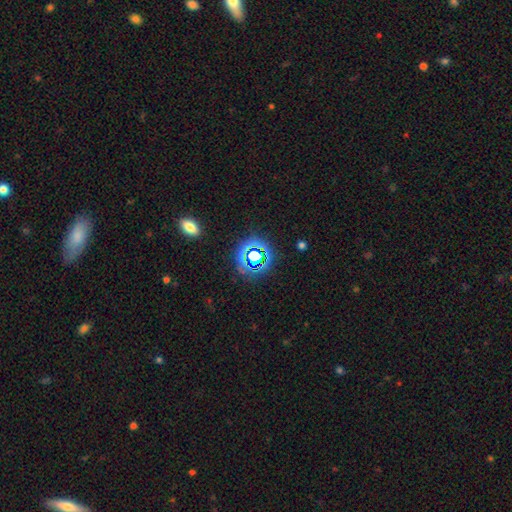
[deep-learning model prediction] The model was most divided on "smooth or featured": star or artifact: 70%, smooth: 21%, featured or disk: 8%.